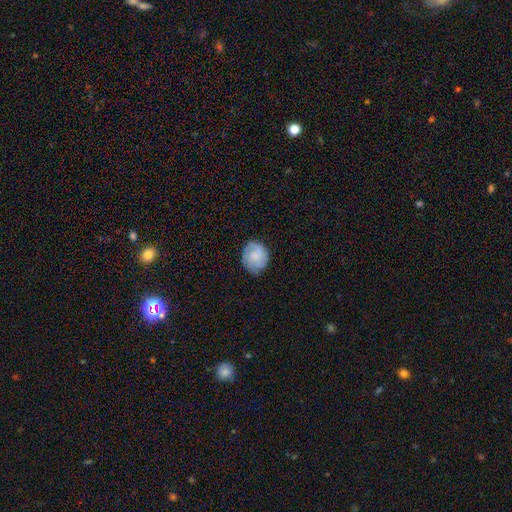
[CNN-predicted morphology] This is possibly a smooth galaxy (58%). How rounded: likely round (70%). Merging: likely none (77%).